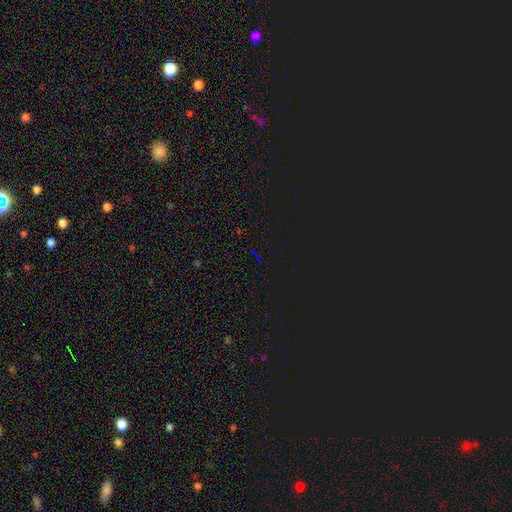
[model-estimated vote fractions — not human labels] Smooth or featured?
  - star or artifact: 79% *
  - smooth: 13%
  - featured or disk: 8%